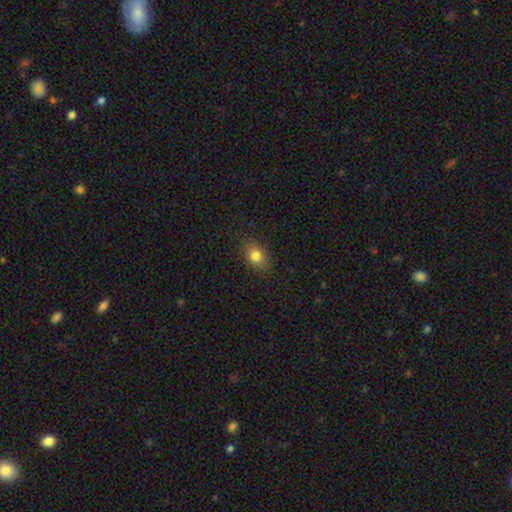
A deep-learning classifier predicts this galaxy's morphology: This is clearly a smooth galaxy (82%). How rounded: likely in between (67%). Merging: clearly none (86%).